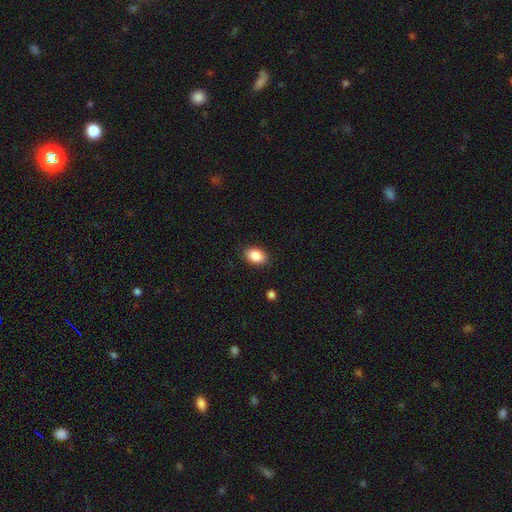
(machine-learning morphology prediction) type=smooth (88%); roundness=in between (85%); merging=none (88%).